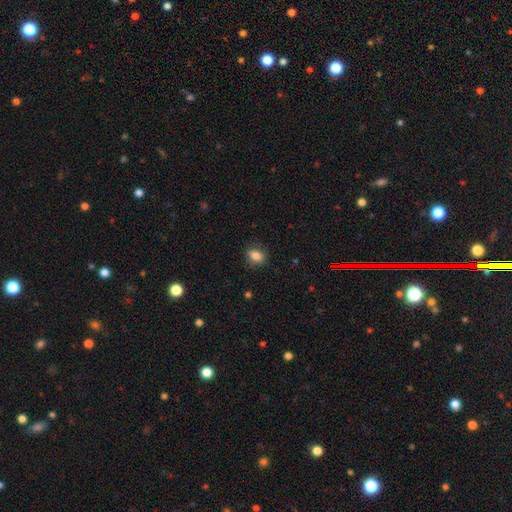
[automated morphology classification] smooth 82%, star or artifact 9%, featured or disk 8%. Down the decision tree: how rounded — in between (67%); merging — none (82%).